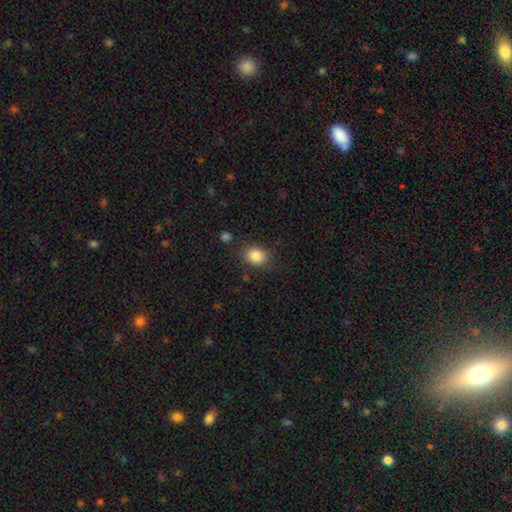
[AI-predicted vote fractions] Overall: smooth (86%). How rounded: in between (53%; round 46%). Merging: none (81%).